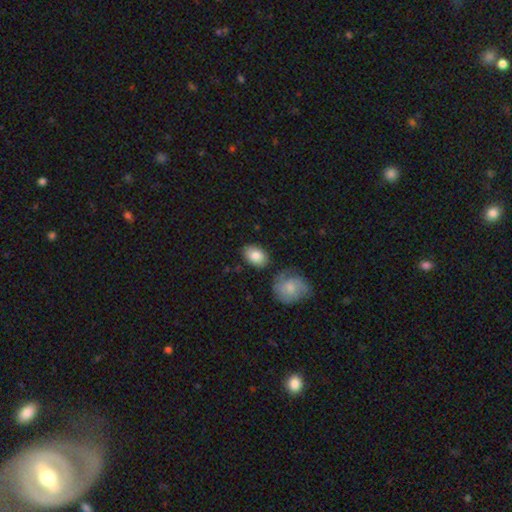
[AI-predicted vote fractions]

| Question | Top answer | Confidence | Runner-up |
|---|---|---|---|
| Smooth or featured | smooth | 83% | featured or disk (11%) |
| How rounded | in between | 80% | round (19%) |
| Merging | none | 77% | minor disturbance (14%) |